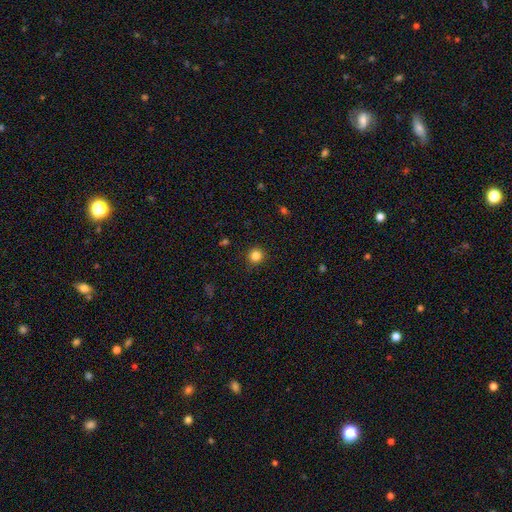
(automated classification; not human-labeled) smooth 84%, star or artifact 12%, featured or disk 4%. Down the decision tree: how rounded — round (94%); merging — none (91%).